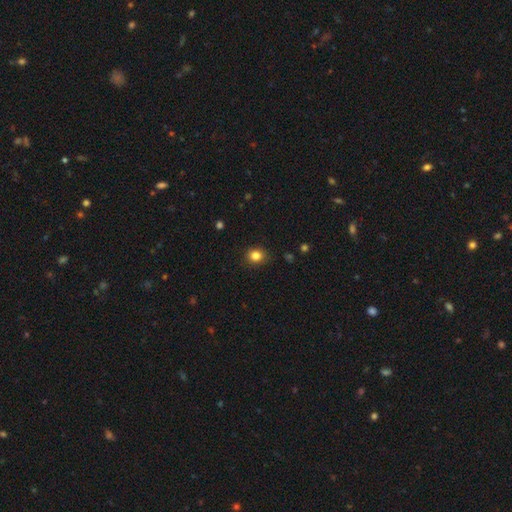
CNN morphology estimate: Smooth or featured?
  - smooth: 83% *
  - star or artifact: 12%
  - featured or disk: 5%
How rounded?
  - round: 74% *
  - in between: 25%
  - cigar-shaped: 1%
Merging?
  - none: 87% *
  - minor disturbance: 10%
  - major disturbance: 2%
  - merger: 1%